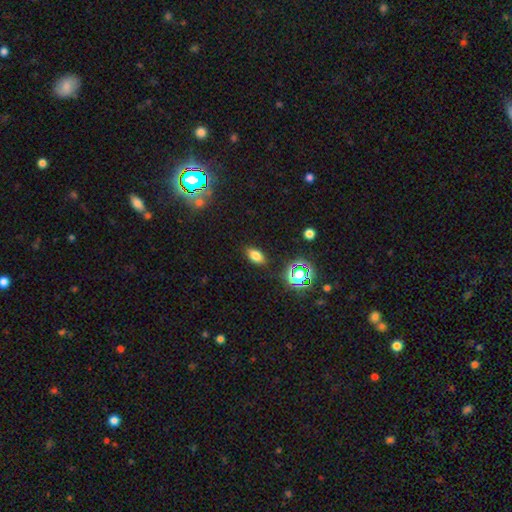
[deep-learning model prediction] smooth-or-featured: smooth: 74% | star or artifact: 18% | featured or disk: 8%
  how-rounded: in between: 87% | round: 10% | cigar-shaped: 3%
  merging: none: 86% | minor disturbance: 10% | major disturbance: 3% | merger: 2%